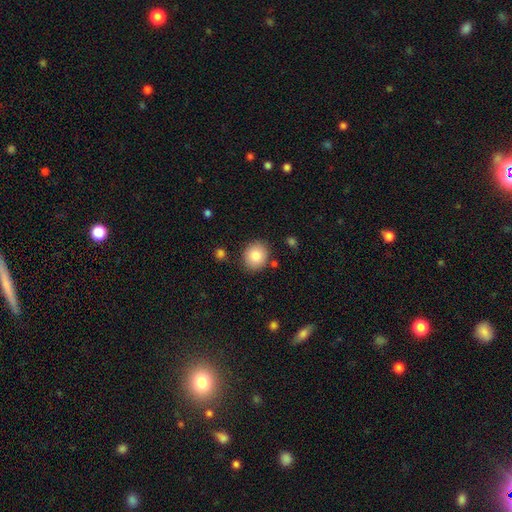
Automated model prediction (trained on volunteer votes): Overall: smooth (84%). How rounded: round (78%). Merging: none (85%).